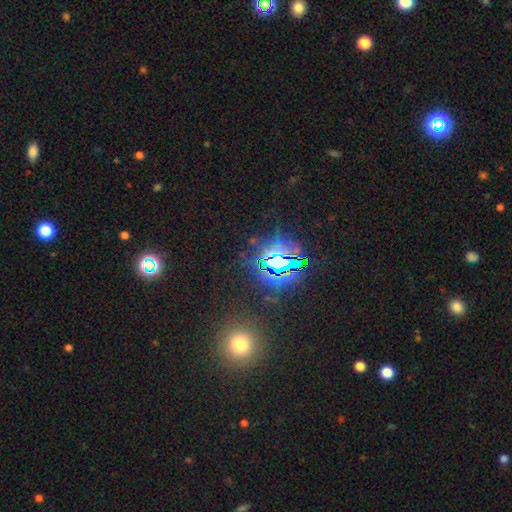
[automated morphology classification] type=star or artifact (81%).